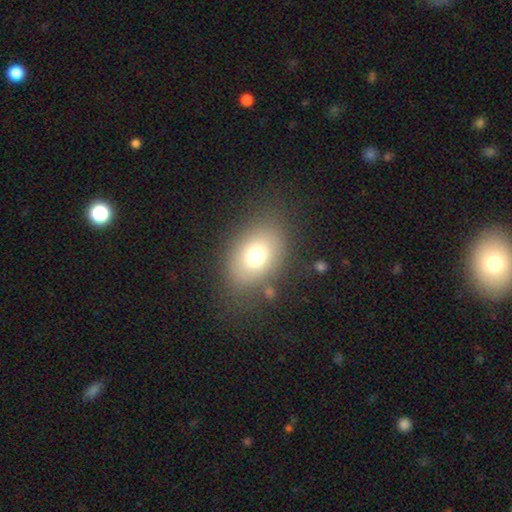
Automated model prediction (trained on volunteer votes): A smooth galaxy with no disk features (70%) that is in between round and cigar-shaped (67%). Merging: none (78%).